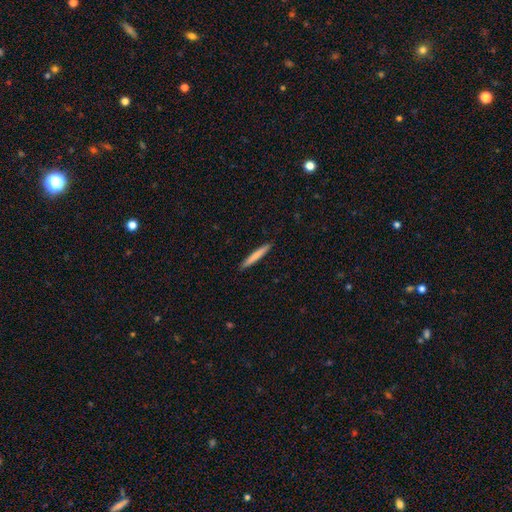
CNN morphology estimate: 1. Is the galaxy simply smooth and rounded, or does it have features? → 75% smooth, 20% featured or disk, 5% star or artifact.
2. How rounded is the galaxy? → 95% cigar-shaped, 3% in between, 1% round.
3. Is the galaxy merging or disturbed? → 92% none, 6% minor disturbance, 1% major disturbance, 1% merger.